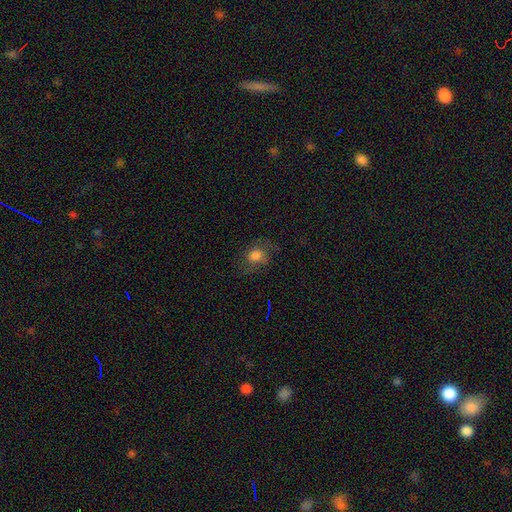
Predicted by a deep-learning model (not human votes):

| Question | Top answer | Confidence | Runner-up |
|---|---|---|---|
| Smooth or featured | smooth | 72% | star or artifact (14%) |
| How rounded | round | 56% | in between (42%) |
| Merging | none | 61% | minor disturbance (23%) |